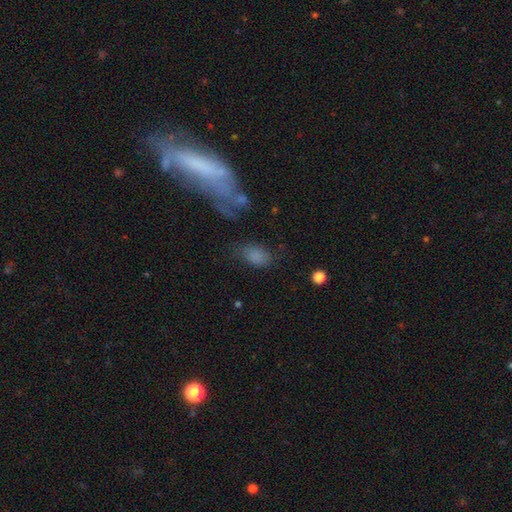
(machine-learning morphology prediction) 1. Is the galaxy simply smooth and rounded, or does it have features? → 76% smooth, 13% featured or disk, 12% star or artifact.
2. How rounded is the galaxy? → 85% in between, 12% round, 3% cigar-shaped.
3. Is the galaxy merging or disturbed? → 54% none, 23% minor disturbance, 15% major disturbance, 8% merger.